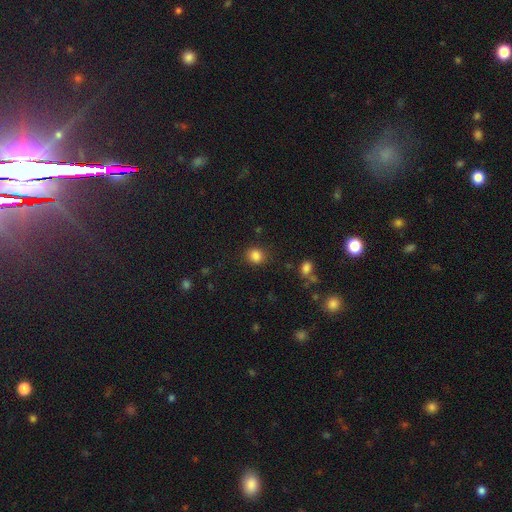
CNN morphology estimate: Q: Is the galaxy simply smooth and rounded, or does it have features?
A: smooth — 84%.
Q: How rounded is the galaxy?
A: round — 74%.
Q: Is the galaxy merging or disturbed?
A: none — 85%.